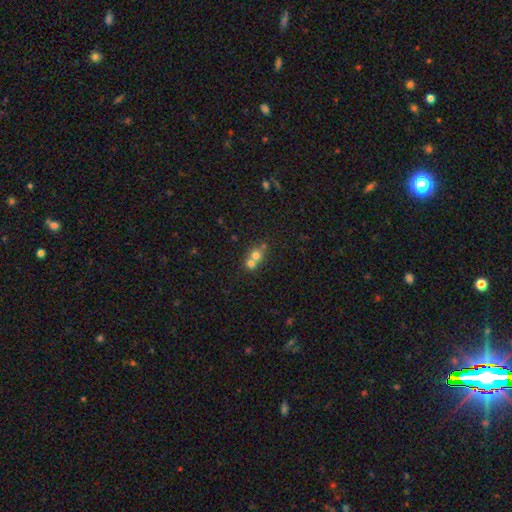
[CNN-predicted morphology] type=smooth (68%); roundness=round (78%); merging=merger (63%).